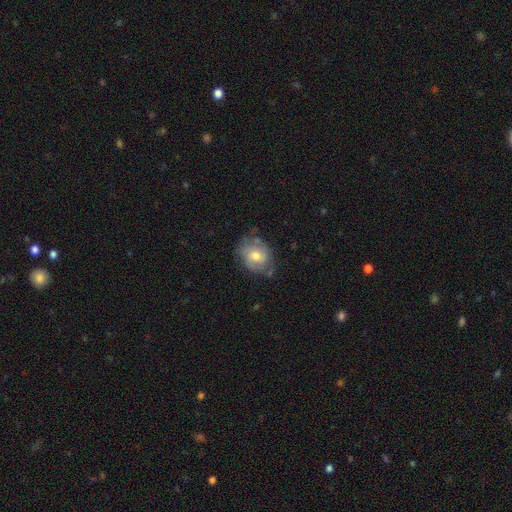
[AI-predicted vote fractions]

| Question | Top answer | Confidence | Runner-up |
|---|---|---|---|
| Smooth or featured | smooth | 52% | featured or disk (40%) |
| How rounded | round | 54% | in between (45%) |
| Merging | none | 58% | minor disturbance (28%) |